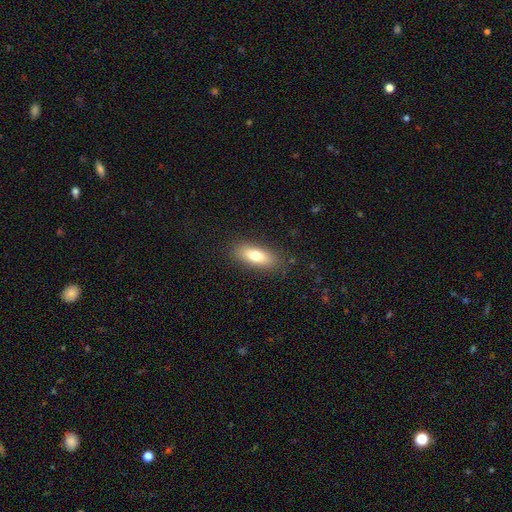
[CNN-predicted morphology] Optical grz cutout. It shows a smooth galaxy with no disk features (74%) that is in between round and cigar-shaped (68%). Merging: none (86%).